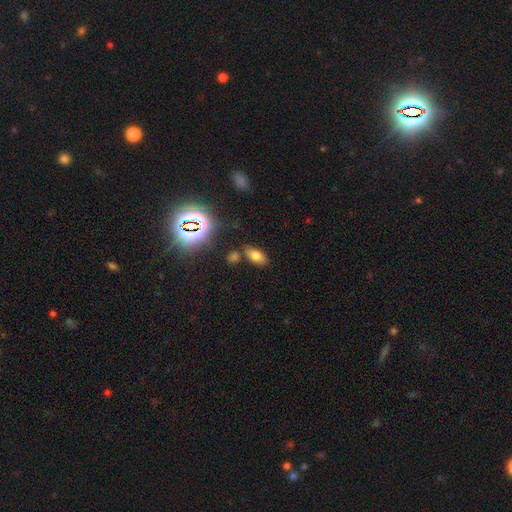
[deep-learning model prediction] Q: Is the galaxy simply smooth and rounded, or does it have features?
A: smooth — 70%.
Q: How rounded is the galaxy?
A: in between — 88%.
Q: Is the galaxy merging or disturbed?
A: none — 76%.